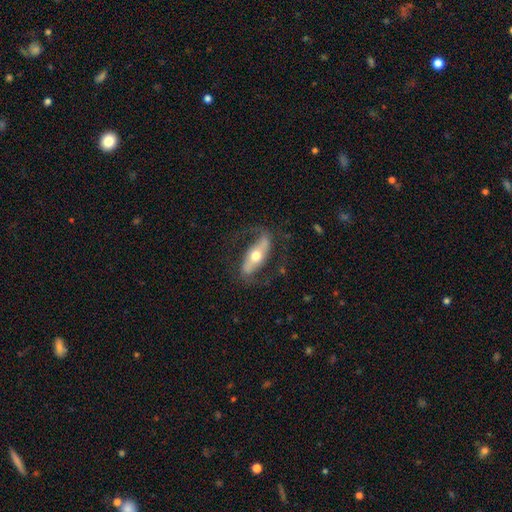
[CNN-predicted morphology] Smooth or featured?
  - featured or disk: 72% *
  - smooth: 22%
  - star or artifact: 5%
Edge-on disk?
  - no: 78% *
  - yes: 22%
Bar?
  - strong: 48% *
  - no: 29%
  - weak: 23%
Spiral arms?
  - yes: 82% *
  - no: 18%
Bulge size?
  - moderate: 70% *
  - small: 16%
  - large: 11%
  - dominant: 2%
  - none: 1%
Merging?
  - none: 71% *
  - minor disturbance: 16%
  - major disturbance: 12%
  - merger: 2%